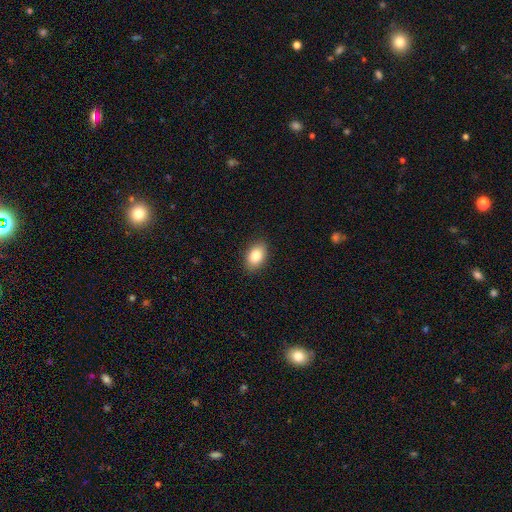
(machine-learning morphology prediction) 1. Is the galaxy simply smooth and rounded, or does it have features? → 84% smooth, 8% featured or disk, 7% star or artifact.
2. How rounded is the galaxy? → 89% in between, 9% round, 2% cigar-shaped.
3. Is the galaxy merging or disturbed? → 88% none, 9% minor disturbance, 2% major disturbance, 1% merger.